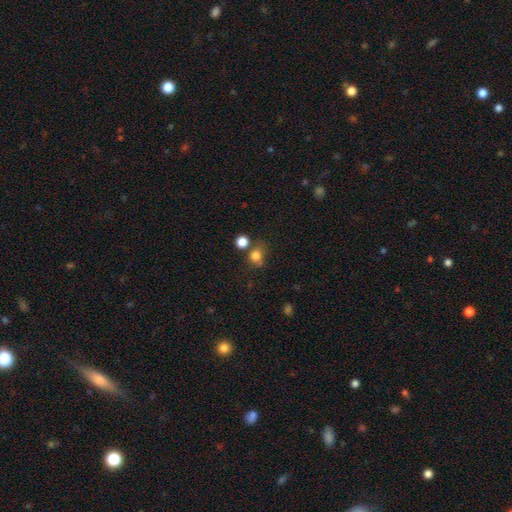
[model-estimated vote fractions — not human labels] A smooth galaxy with no disk features (78%) that is round (78%).

Vote fractions:
- Smooth or featured? smooth: 78% / star or artifact: 15% / featured or disk: 8%
- How rounded? round: 78% / in between: 21% / cigar-shaped: 1%
- Merging? none: 57% / merger: 21% / minor disturbance: 14% / major disturbance: 7%